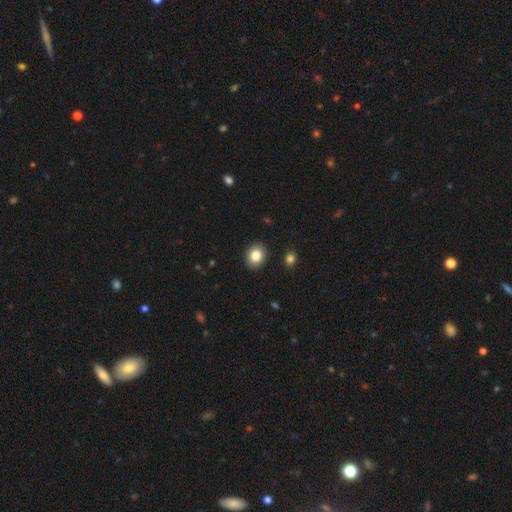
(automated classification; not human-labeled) smooth_or_featured: smooth (p=0.84) [alt: star or artifact p=0.09]
how_rounded: in between (p=0.51) [alt: round p=0.49]
merging: none (p=0.90) [alt: minor disturbance p=0.07]